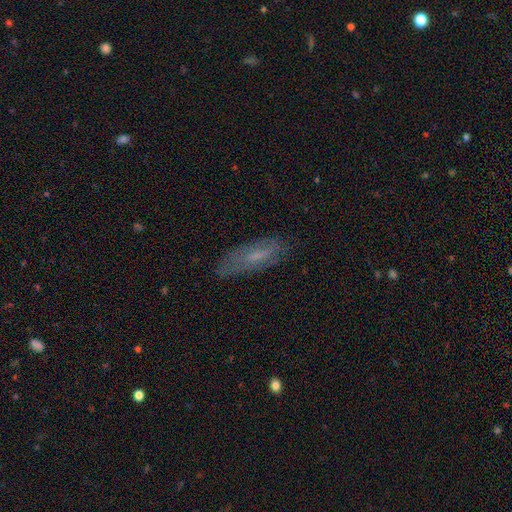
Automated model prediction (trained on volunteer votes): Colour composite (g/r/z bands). It shows a smooth galaxy with no disk features (49%). Merging: none (73%).